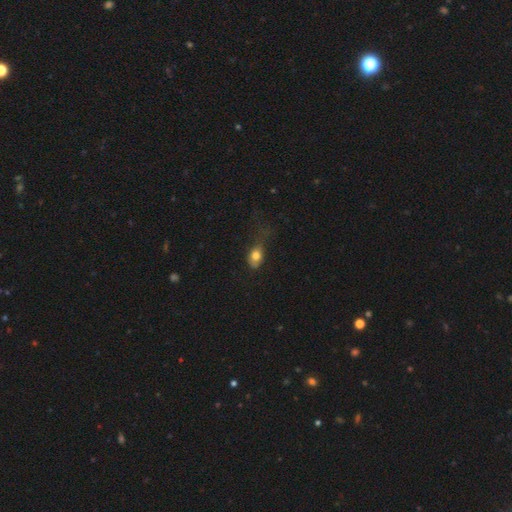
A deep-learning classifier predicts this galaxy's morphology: smooth_or_featured: smooth (p=0.78) [alt: featured or disk p=0.13]
how_rounded: in between (p=0.72) [alt: round p=0.24]
merging: minor disturbance (p=0.34) [alt: major disturbance p=0.32]